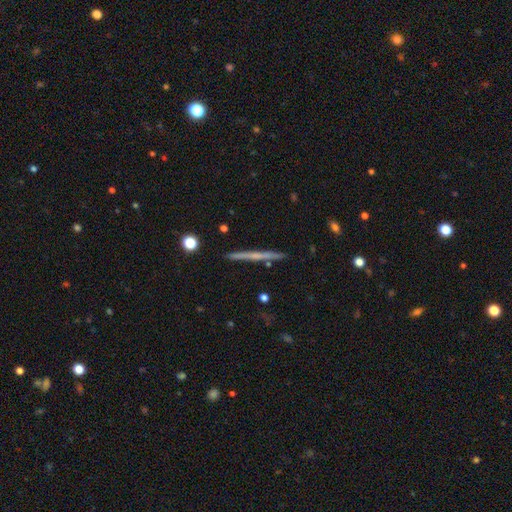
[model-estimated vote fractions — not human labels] A featured or disk galaxy (60%) viewed edge-on (98%) with no central bulge (77%). Merging: none (92%).